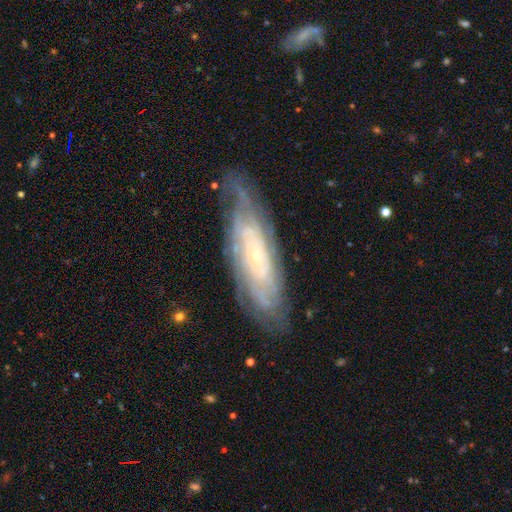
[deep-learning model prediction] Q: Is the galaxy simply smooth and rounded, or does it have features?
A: featured or disk — 78%.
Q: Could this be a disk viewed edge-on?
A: no — 82%.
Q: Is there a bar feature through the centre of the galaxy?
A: no — 76%.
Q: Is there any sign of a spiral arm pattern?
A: yes — 91%.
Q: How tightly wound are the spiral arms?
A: tight — 76%.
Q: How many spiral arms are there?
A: can't tell — 56%.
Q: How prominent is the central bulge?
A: small — 84%.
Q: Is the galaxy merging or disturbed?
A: none — 73%.